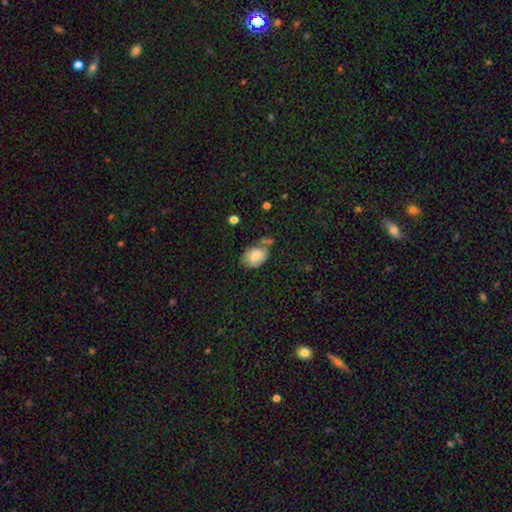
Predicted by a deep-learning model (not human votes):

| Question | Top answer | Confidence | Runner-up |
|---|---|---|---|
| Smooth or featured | smooth | 67% | featured or disk (24%) |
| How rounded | in between | 78% | round (20%) |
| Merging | none | 48% | minor disturbance (28%) |